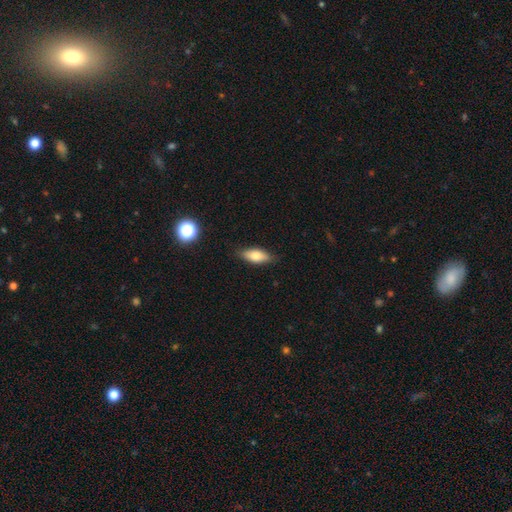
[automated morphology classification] Q: Smooth or featured?
A: smooth (73%); runner-up: featured or disk (20%)
Q: How rounded?
A: in between (76%); runner-up: cigar-shaped (20%)
Q: Merging?
A: none (84%); runner-up: minor disturbance (13%)